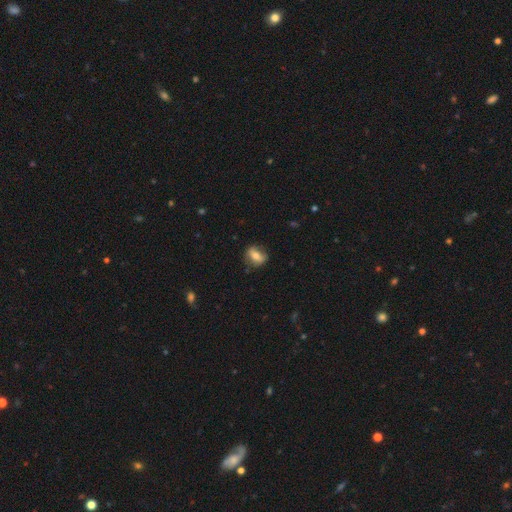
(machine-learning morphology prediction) A smooth galaxy with no disk features (60%) that is in between round and cigar-shaped (62%).

Vote fractions:
- Smooth or featured? smooth: 60% / featured or disk: 32% / star or artifact: 8%
- How rounded? in between: 62% / round: 34% / cigar-shaped: 4%
- Merging? none: 74% / minor disturbance: 20% / major disturbance: 5% / merger: 1%